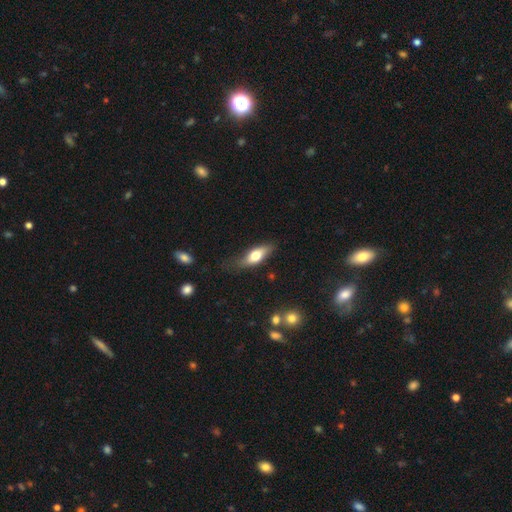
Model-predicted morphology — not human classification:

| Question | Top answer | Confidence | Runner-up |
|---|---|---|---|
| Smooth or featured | smooth | 63% | featured or disk (31%) |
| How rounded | in between | 64% | cigar-shaped (32%) |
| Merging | none | 66% | minor disturbance (24%) |